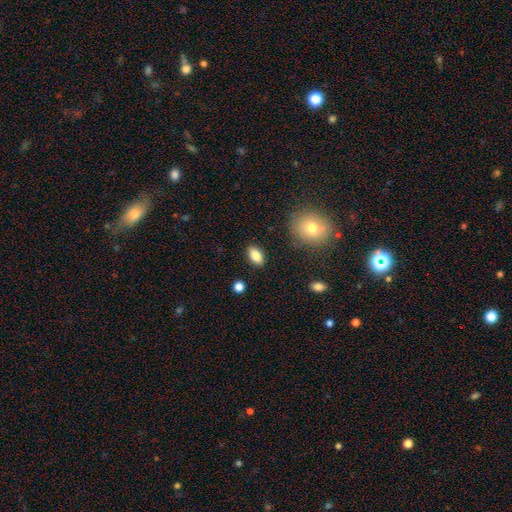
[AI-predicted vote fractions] Morphology: type=smooth (83%); roundness=in between (90%); merging=none (87%).